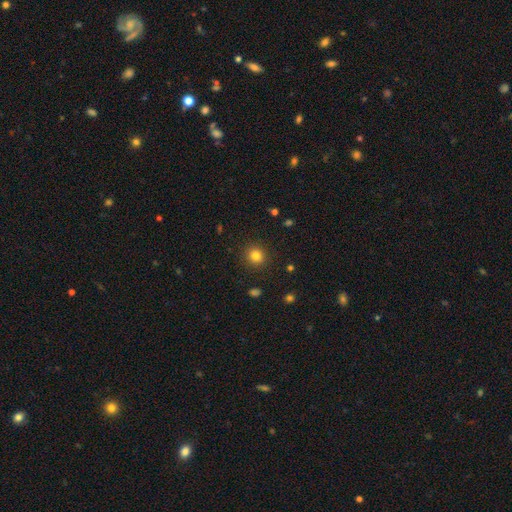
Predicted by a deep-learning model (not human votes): This appears to be a smooth galaxy with no disk features (81%) that is round (89%). Merging: none (90%).